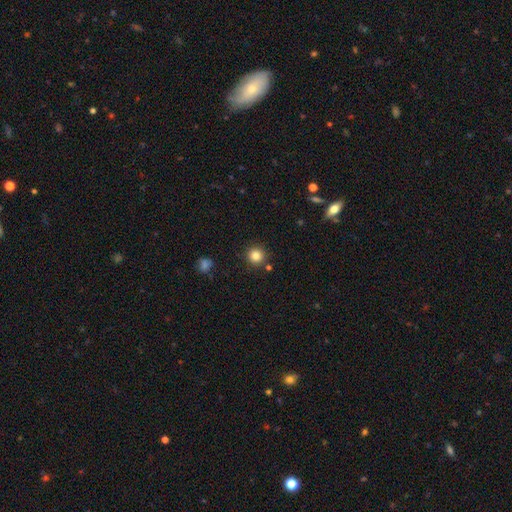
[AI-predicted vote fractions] A smooth galaxy with no disk features (84%) that is round (95%).

Vote fractions:
- Smooth or featured? smooth: 84% / star or artifact: 11% / featured or disk: 5%
- How rounded? round: 95% / in between: 4% / cigar-shaped: 1%
- Merging? none: 89% / minor disturbance: 6% / merger: 3% / major disturbance: 2%